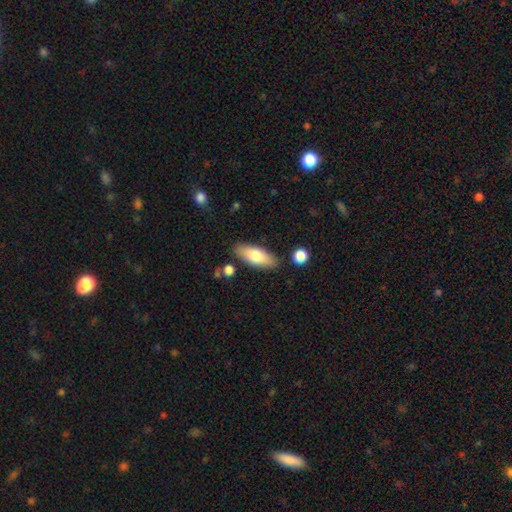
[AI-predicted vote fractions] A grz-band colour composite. It shows a smooth galaxy with no disk features (74%) that is in between round and cigar-shaped (73%). Merging: none (84%).